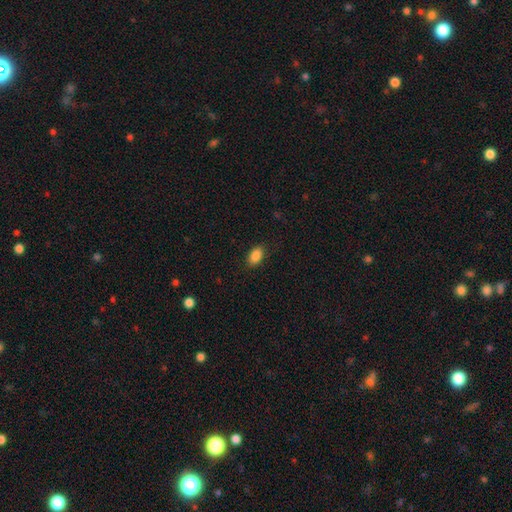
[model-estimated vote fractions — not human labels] smooth 88%, star or artifact 8%, featured or disk 4%. Down the decision tree: how rounded — in between (90%); merging — none (86%).